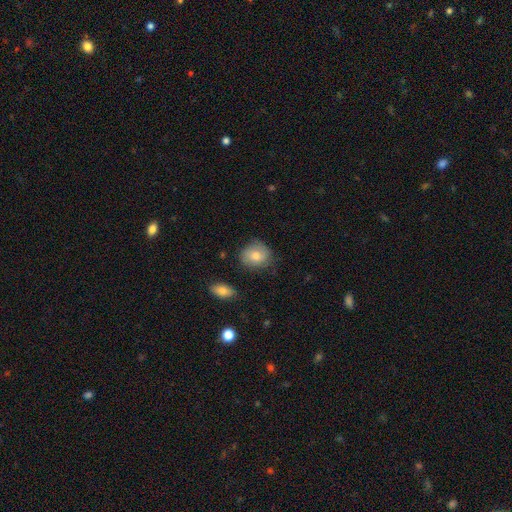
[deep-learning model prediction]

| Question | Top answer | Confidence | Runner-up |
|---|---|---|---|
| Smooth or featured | smooth | 74% | featured or disk (18%) |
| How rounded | round | 70% | in between (29%) |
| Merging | none | 71% | minor disturbance (22%) |